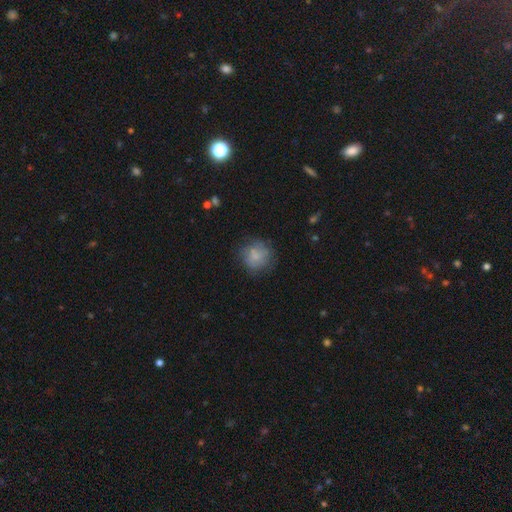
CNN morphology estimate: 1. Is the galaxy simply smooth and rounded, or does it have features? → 68% smooth, 23% featured or disk, 9% star or artifact.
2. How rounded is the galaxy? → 87% round, 12% in between, 1% cigar-shaped.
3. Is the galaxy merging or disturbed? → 68% none, 20% minor disturbance, 9% major disturbance, 3% merger.